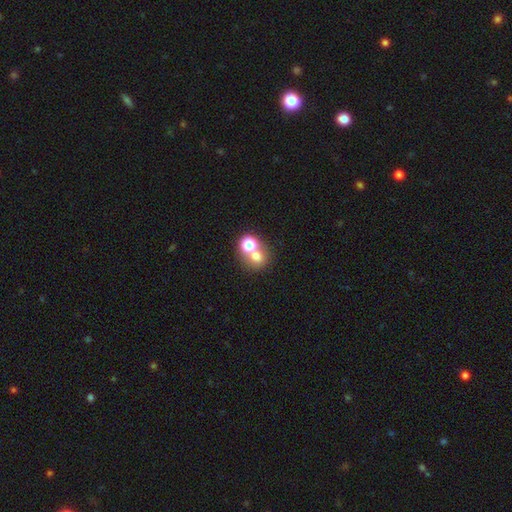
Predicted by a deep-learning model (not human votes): This is likely a smooth galaxy (66%). How rounded: likely round (76%). Merging: possibly merger (47%).